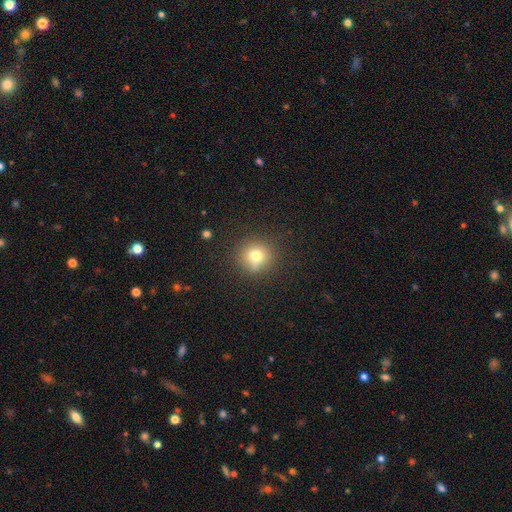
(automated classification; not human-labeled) Smooth or featured? Predicted: smooth (p=0.73). How rounded? Predicted: round (p=0.91). Merging? Predicted: none (p=0.81).